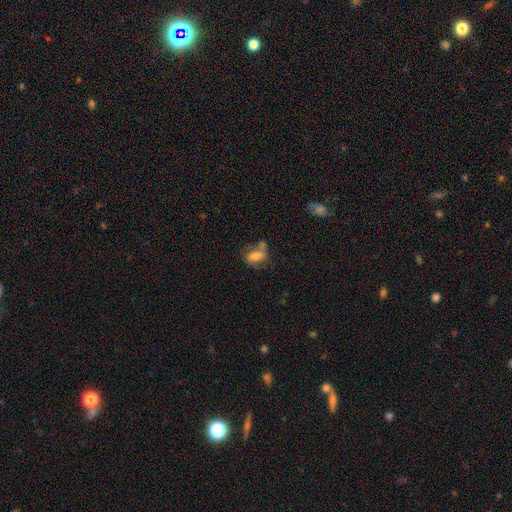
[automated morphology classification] type=smooth (61%); roundness=in between (82%); merging=none (38%).